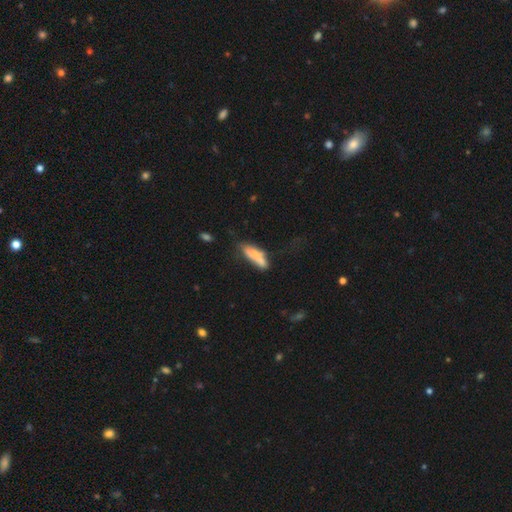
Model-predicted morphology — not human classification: Overall: smooth (66%). How rounded: in between (50%; cigar-shaped 47%). Merging: none (39%; minor disturbance 25%).